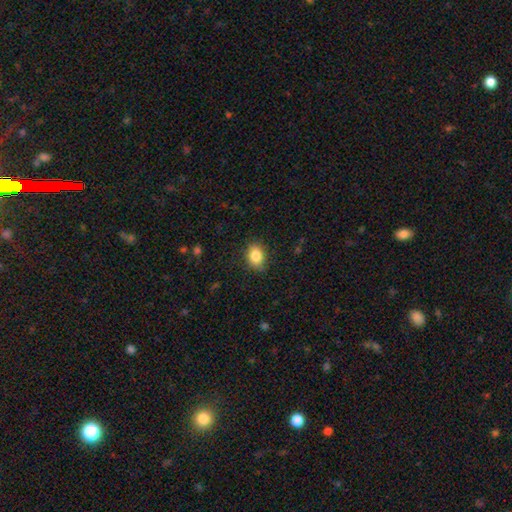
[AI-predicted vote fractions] Smooth or featured?
  - smooth: 85% *
  - star or artifact: 9%
  - featured or disk: 6%
How rounded?
  - in between: 67% *
  - round: 32%
  - cigar-shaped: 1%
Merging?
  - none: 81% *
  - minor disturbance: 14%
  - major disturbance: 3%
  - merger: 1%